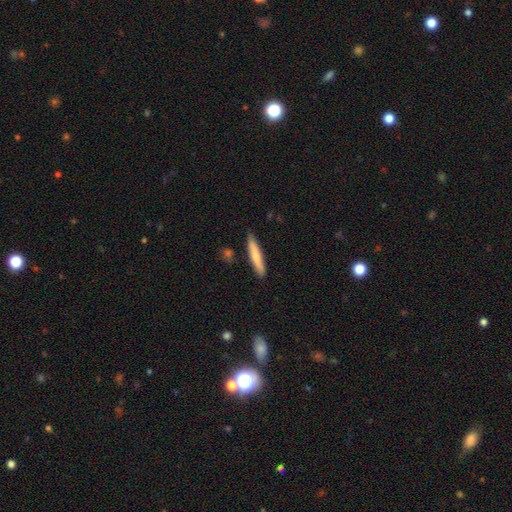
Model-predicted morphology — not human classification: This is likely a smooth galaxy (73%). How rounded: clearly cigar-shaped (92%). Merging: clearly none (86%).